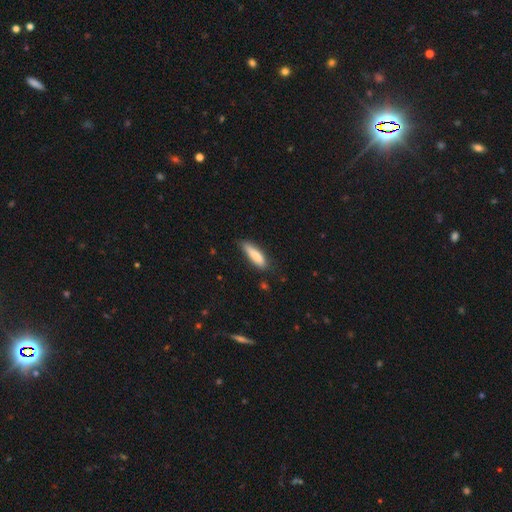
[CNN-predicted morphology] Smooth or featured: smooth — 83% (featured or disk — 11%)
How rounded: cigar-shaped — 64% (in between — 35%)
Merging: none — 72% (minor disturbance — 22%)